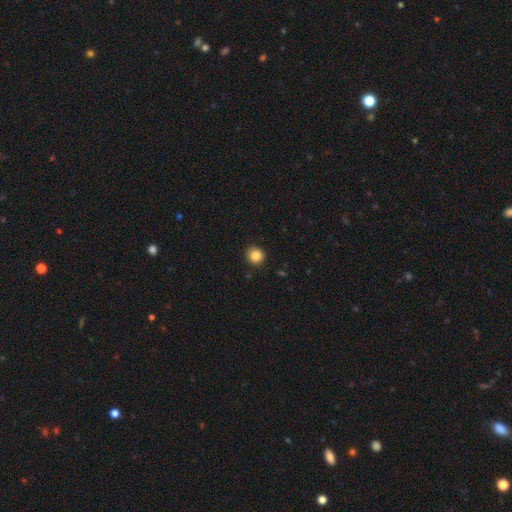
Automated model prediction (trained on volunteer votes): The model was most divided on "smooth or featured": smooth: 85%, star or artifact: 10%, featured or disk: 4%. More confident: merging — none (91%); how rounded — round (89%).